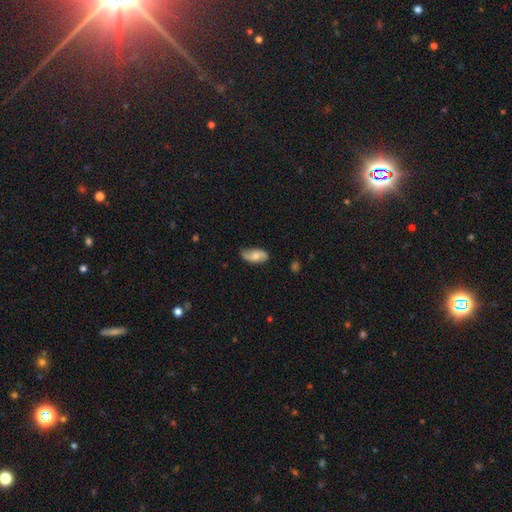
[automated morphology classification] type=smooth (48%); merging=none (76%).